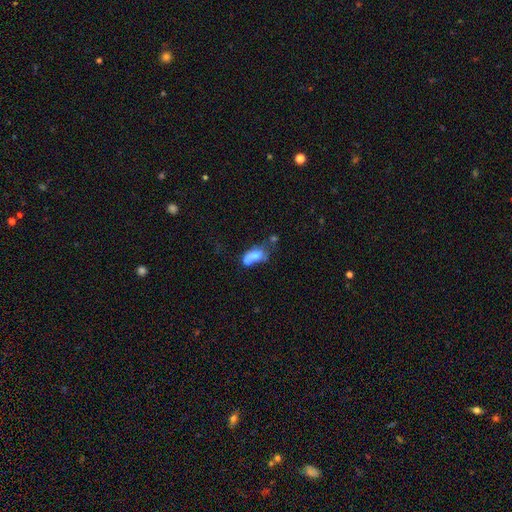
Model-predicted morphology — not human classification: smooth 58%, featured or disk 32%, star or artifact 10%. Down the decision tree: how rounded — in between (81%); merging — merger (29%).